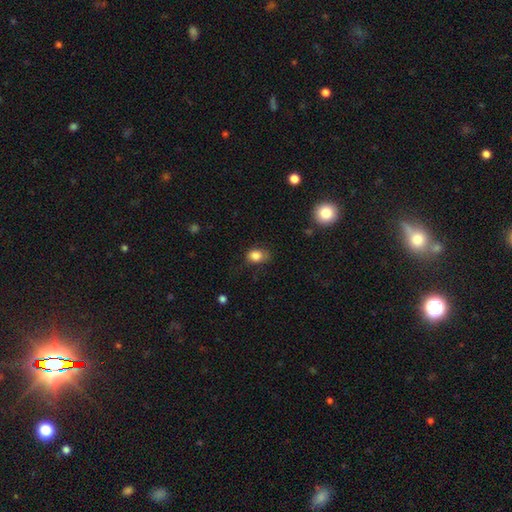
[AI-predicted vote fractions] Smooth or featured: smooth — 85% (star or artifact — 9%)
How rounded: in between — 63% (round — 36%)
Merging: none — 58% (minor disturbance — 31%)